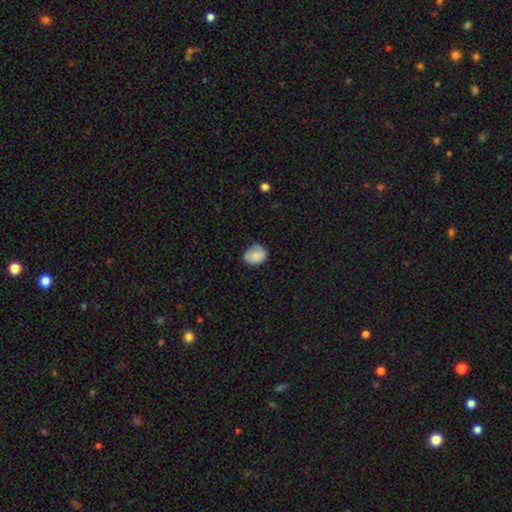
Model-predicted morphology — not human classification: Q: Smooth or featured?
A: smooth (84%); runner-up: featured or disk (8%)
Q: How rounded?
A: in between (53%); runner-up: round (46%)
Q: Merging?
A: none (67%); runner-up: minor disturbance (27%)